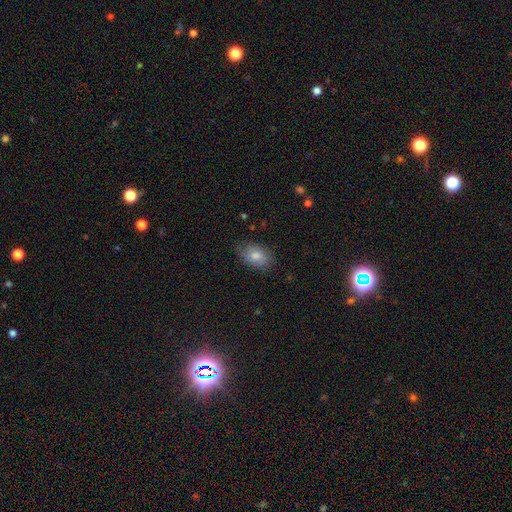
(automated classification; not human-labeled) Smooth or featured?
  - smooth: 74% *
  - featured or disk: 14%
  - star or artifact: 12%
How rounded?
  - in between: 84% *
  - round: 14%
  - cigar-shaped: 2%
Merging?
  - none: 80% *
  - minor disturbance: 16%
  - major disturbance: 3%
  - merger: 1%